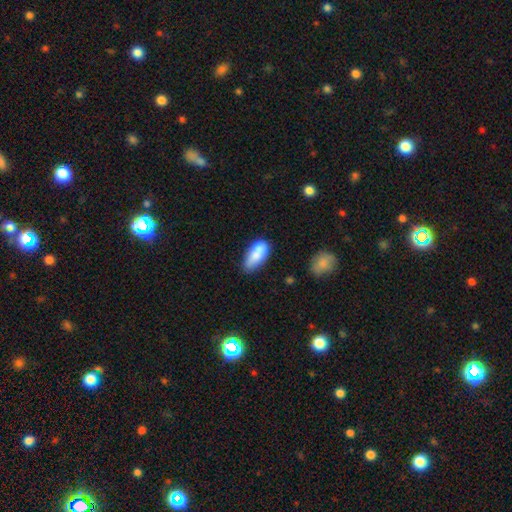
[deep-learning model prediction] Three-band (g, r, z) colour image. It shows a smooth galaxy with no disk features (77%) that is in between round and cigar-shaped (82%). Merging: none (46%).